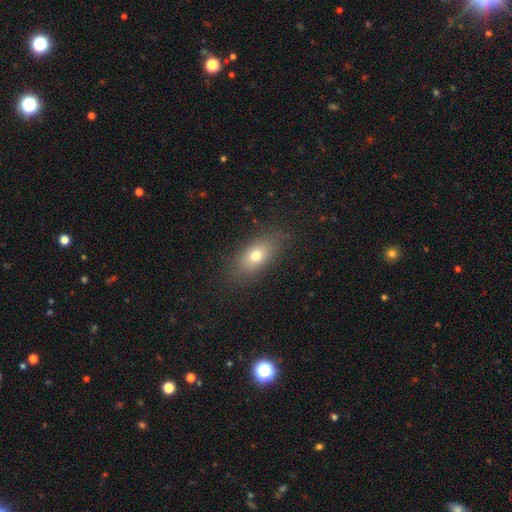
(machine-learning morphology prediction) The model was most divided on "smooth or featured": smooth: 73%, featured or disk: 17%, star or artifact: 10%. More confident: merging — none (84%); how rounded — in between (81%).